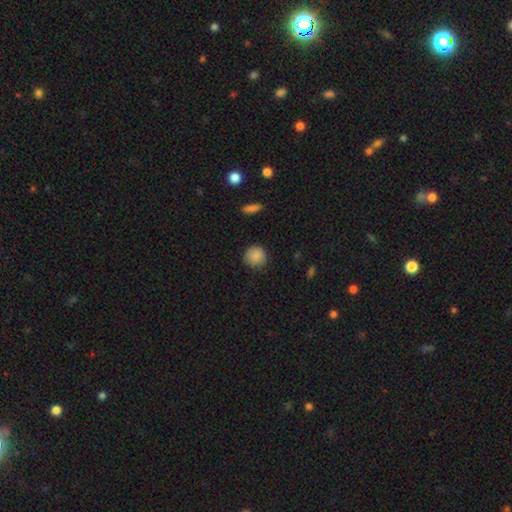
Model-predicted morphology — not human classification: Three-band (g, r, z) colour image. It shows a smooth galaxy with no disk features (86%) that is round (92%). Merging: none (87%).